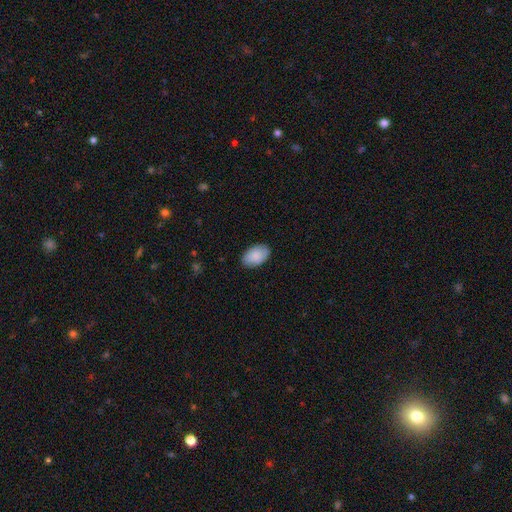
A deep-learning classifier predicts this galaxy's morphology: This appears to be a smooth galaxy with no disk features (87%) that is in between round and cigar-shaped (93%). Merging: none (88%).